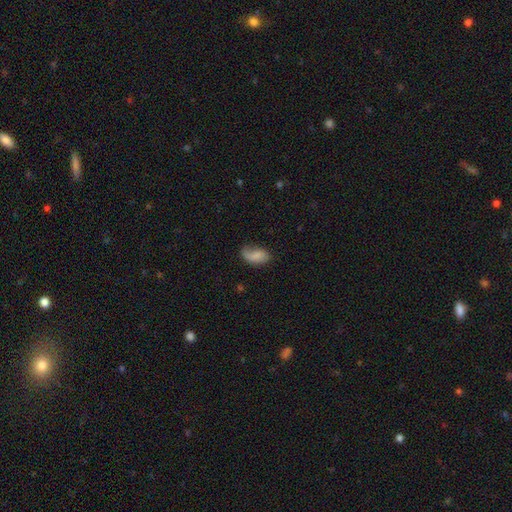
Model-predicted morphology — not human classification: Q: Smooth or featured?
A: smooth (71%); runner-up: featured or disk (21%)
Q: How rounded?
A: in between (92%); runner-up: round (6%)
Q: Merging?
A: none (49%); runner-up: minor disturbance (31%)